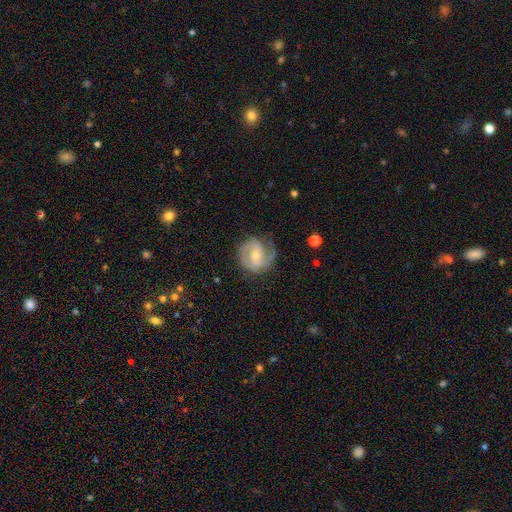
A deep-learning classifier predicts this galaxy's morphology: Q: Smooth or featured?
A: featured or disk (80%); runner-up: smooth (14%)
Q: Edge-on disk?
A: no (98%); runner-up: yes (2%)
Q: Bar?
A: weak (45%); runner-up: no (42%)
Q: Spiral arms?
A: yes (94%); runner-up: no (6%)
Q: Spiral winding?
A: medium (45%); runner-up: tight (40%)
Q: Spiral arm count?
A: 2 (73%); runner-up: can't tell (10%)
Q: Bulge size?
A: moderate (48%); runner-up: small (47%)
Q: Merging?
A: none (69%); runner-up: minor disturbance (20%)